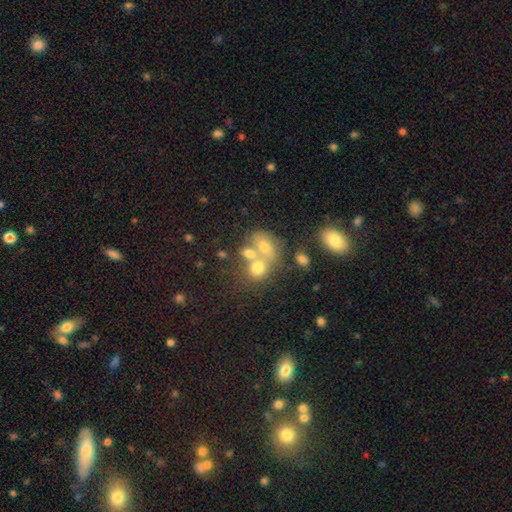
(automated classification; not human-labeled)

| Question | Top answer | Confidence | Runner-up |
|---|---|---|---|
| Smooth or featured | smooth | 60% | featured or disk (24%) |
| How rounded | round | 56% | in between (43%) |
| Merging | merger | 54% | none (31%) |